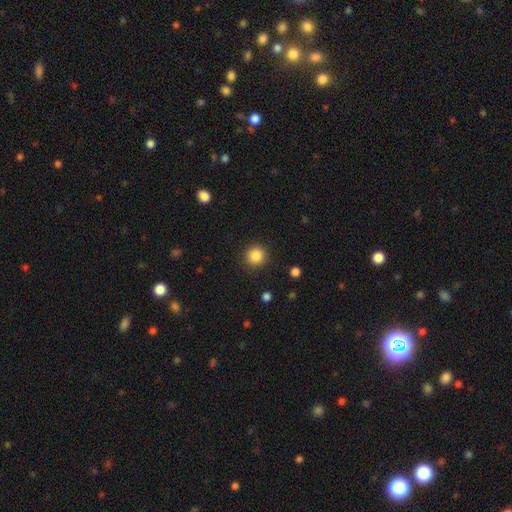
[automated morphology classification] smooth-or-featured: smooth: 85% | star or artifact: 10% | featured or disk: 4%
  how-rounded: round: 94% | in between: 5% | cigar-shaped: 1%
  merging: none: 90% | minor disturbance: 6% | major disturbance: 2% | merger: 1%